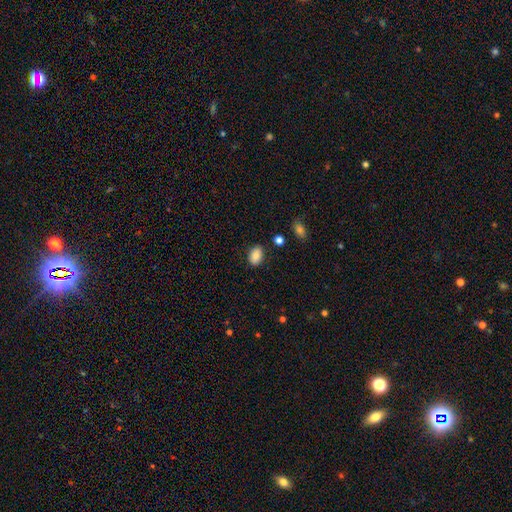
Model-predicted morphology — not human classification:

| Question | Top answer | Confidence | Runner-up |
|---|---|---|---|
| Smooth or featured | smooth | 86% | star or artifact (8%) |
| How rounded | in between | 87% | round (12%) |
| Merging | none | 84% | minor disturbance (11%) |